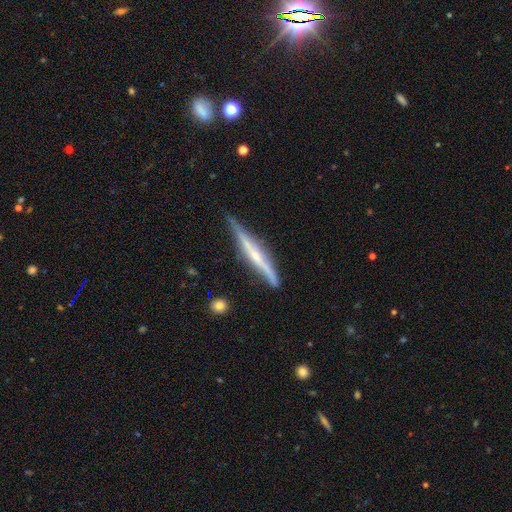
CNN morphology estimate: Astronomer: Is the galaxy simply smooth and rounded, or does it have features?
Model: featured or disk — 73%.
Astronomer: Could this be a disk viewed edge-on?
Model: yes — 95%.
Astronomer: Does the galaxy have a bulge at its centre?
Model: rounded — 61%.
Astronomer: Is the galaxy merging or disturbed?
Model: none — 73%.